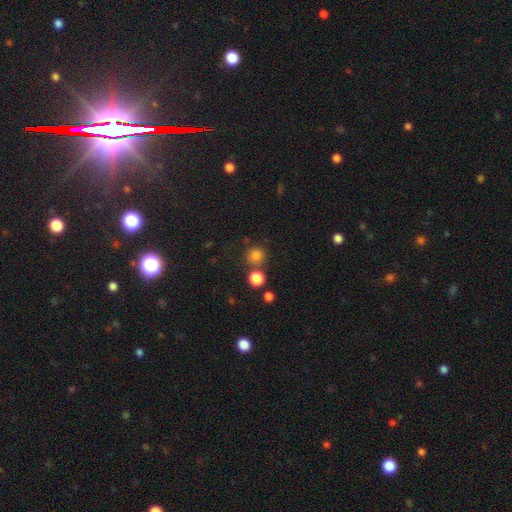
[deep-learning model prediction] Q: Smooth or featured?
A: smooth (80%); runner-up: star or artifact (14%)
Q: How rounded?
A: round (92%); runner-up: in between (7%)
Q: Merging?
A: none (72%); runner-up: merger (16%)